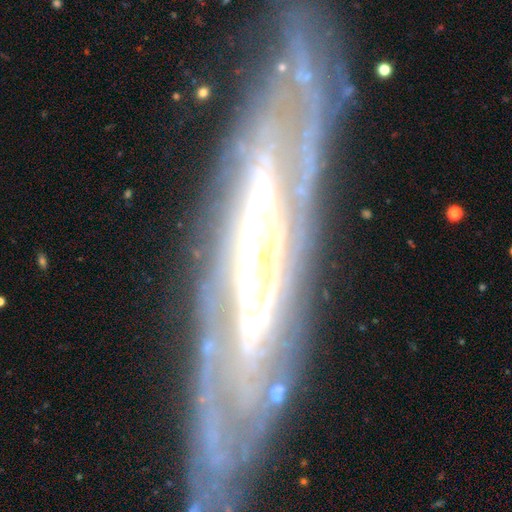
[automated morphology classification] Q: Smooth or featured?
A: featured or disk (84%); runner-up: smooth (9%)
Q: Edge-on disk?
A: no (51%); runner-up: yes (49%)
Q: Merging?
A: none (75%); runner-up: minor disturbance (16%)